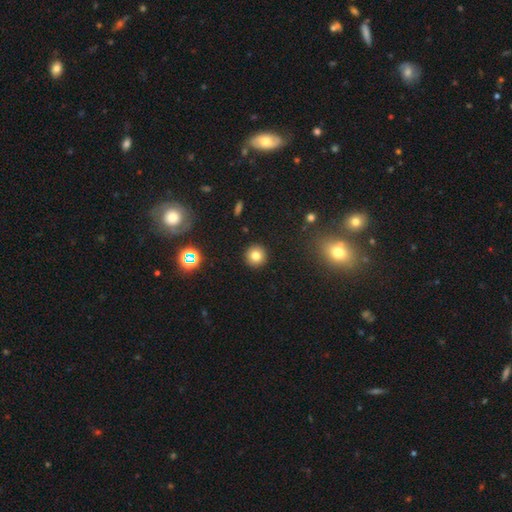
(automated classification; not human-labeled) A smooth galaxy with no disk features (78%) that is round (95%). Merging: none (92%).